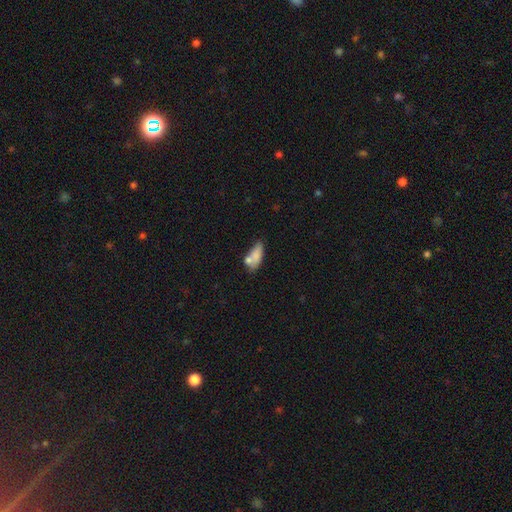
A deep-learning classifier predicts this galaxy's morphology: A smooth galaxy with no disk features (73%) that is in between round and cigar-shaped (78%).

Vote fractions:
- Smooth or featured? smooth: 73% / featured or disk: 19% / star or artifact: 8%
- How rounded? in between: 78% / cigar-shaped: 17% / round: 4%
- Merging? none: 38% / merger: 31% / minor disturbance: 21% / major disturbance: 10%